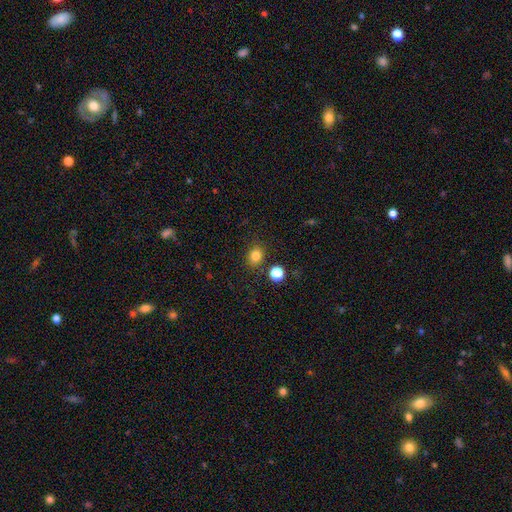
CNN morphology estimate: Smooth or featured: smooth — 81% (star or artifact — 14%)
How rounded: round — 63% (in between — 36%)
Merging: none — 83% (minor disturbance — 10%)